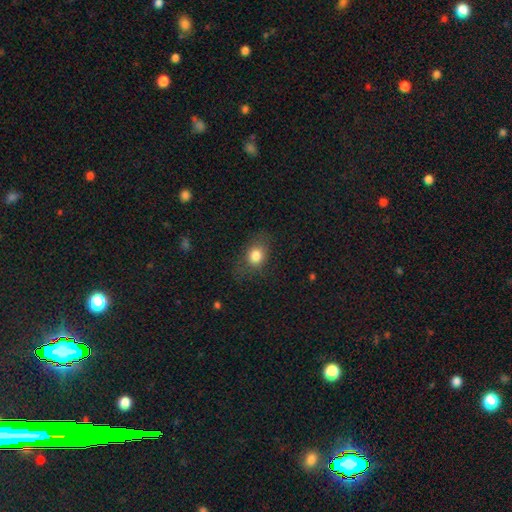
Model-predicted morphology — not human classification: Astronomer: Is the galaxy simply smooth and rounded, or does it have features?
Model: smooth — 80%.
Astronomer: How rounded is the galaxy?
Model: in between — 55% (runner-up: round, 43%).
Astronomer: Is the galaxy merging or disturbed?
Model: none — 73%.